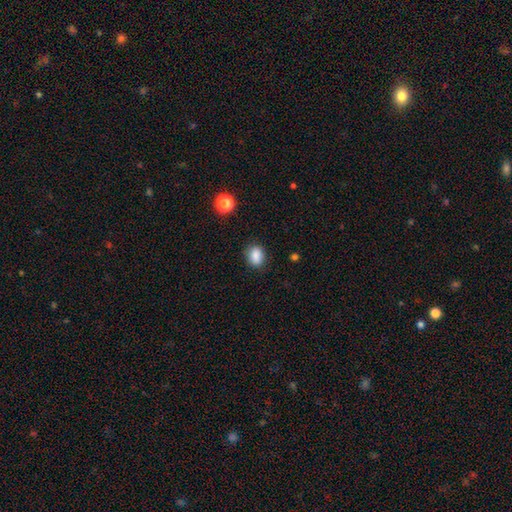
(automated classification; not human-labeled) Smooth or featured: smooth — 86% (star or artifact — 9%)
How rounded: in between — 64% (round — 35%)
Merging: none — 80% (minor disturbance — 14%)